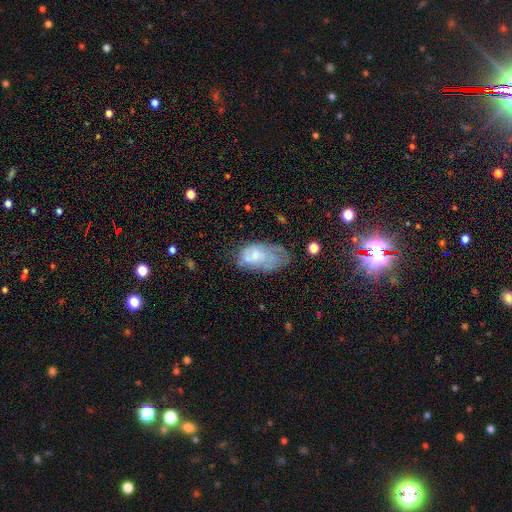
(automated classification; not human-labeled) smooth-or-featured: smooth: 48% | featured or disk: 44% | star or artifact: 8%
  merging: none: 33% (tied) | minor disturbance: 33% (tied) | major disturbance: 29% | merger: 6%